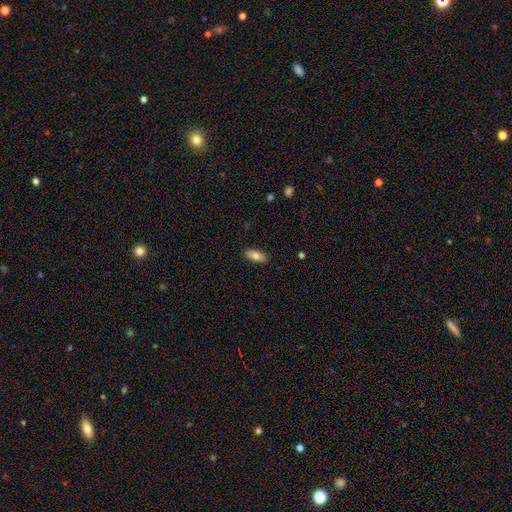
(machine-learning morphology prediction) smooth-or-featured: smooth: 76% | featured or disk: 17% | star or artifact: 7%
  how-rounded: in between: 82% | cigar-shaped: 15% | round: 3%
  merging: none: 88% | minor disturbance: 9% | major disturbance: 2% | merger: 1%